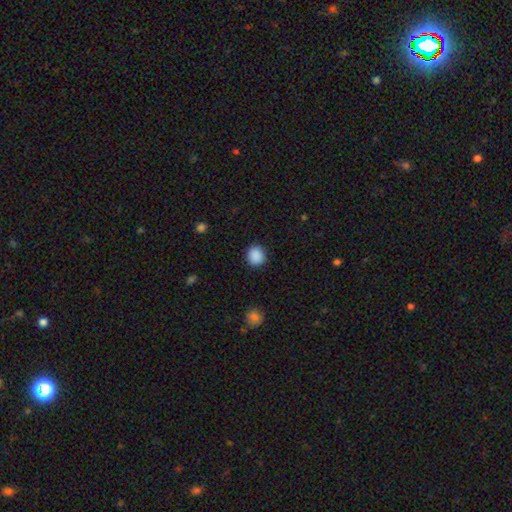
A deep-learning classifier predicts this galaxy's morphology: smooth_or_featured: smooth (p=0.89) [alt: star or artifact p=0.08]
how_rounded: round (p=0.81) [alt: in between p=0.18]
merging: none (p=0.90) [alt: minor disturbance p=0.07]